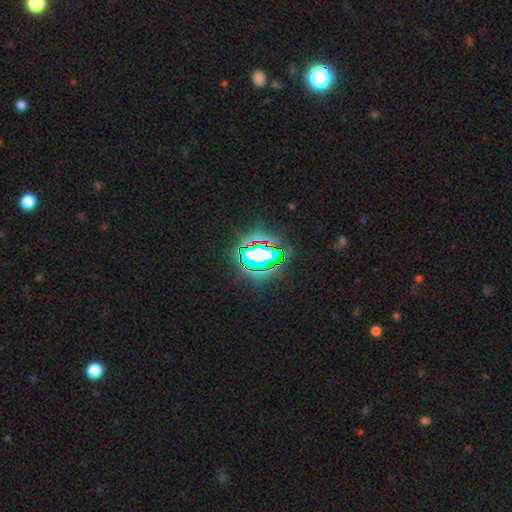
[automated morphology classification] smooth_or_featured: star or artifact (p=0.80) [alt: smooth p=0.12]